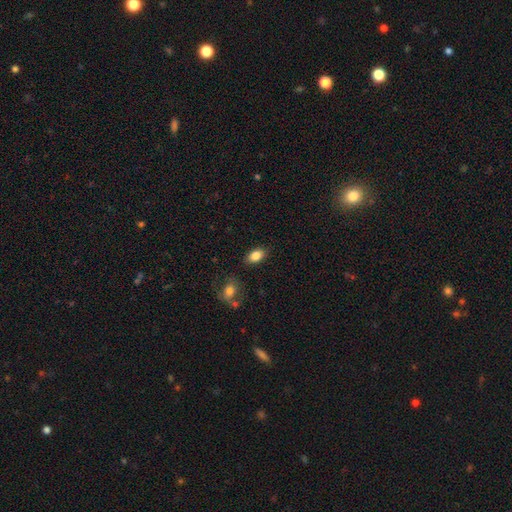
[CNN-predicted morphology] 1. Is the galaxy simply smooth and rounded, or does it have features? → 84% smooth, 8% star or artifact, 8% featured or disk.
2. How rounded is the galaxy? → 89% in between, 9% round, 2% cigar-shaped.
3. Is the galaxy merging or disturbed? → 85% none, 10% minor disturbance, 3% major disturbance, 2% merger.